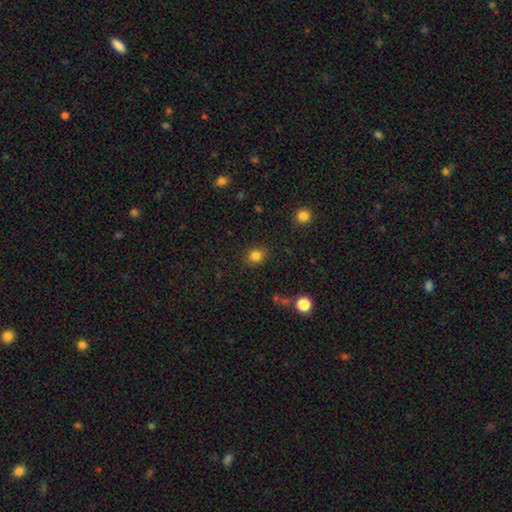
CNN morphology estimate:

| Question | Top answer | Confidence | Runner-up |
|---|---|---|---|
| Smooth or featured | smooth | 83% | star or artifact (12%) |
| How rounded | round | 70% | in between (29%) |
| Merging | none | 86% | minor disturbance (9%) |